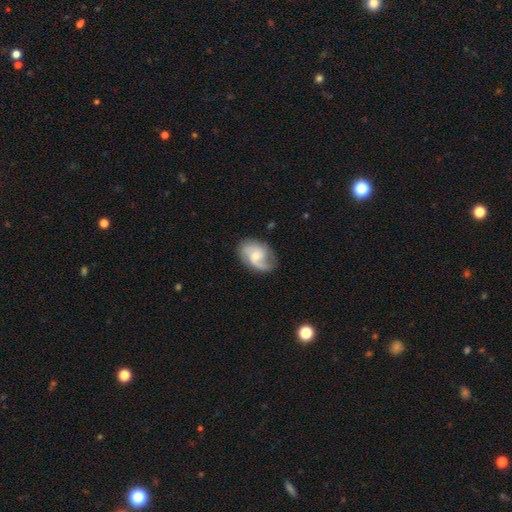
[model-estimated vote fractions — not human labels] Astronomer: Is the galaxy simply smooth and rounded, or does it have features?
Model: featured or disk — 74%.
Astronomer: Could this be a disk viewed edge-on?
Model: no — 97%.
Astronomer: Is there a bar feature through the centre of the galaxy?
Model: no — 56% (runner-up: weak, 37%).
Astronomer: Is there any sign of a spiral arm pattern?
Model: yes — 94%.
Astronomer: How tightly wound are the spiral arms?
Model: medium — 44% (runner-up: loose, 39%).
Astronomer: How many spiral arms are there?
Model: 2 — 64%.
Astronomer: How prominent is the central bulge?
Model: small — 52% (runner-up: moderate, 41%).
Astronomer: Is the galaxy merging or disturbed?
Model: none — 67%.